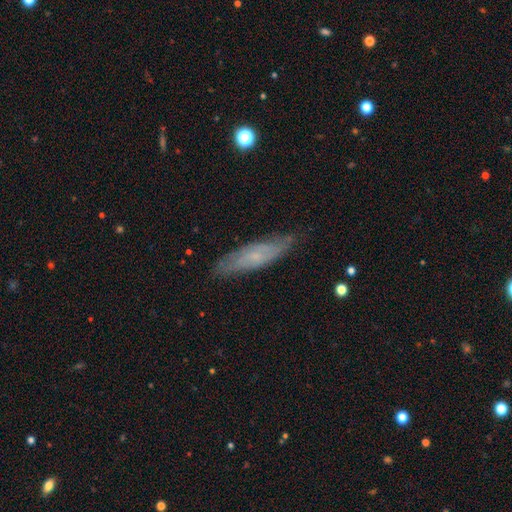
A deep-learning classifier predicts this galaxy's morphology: This appears to be a featured or disk galaxy (54%). Merging: none (78%).